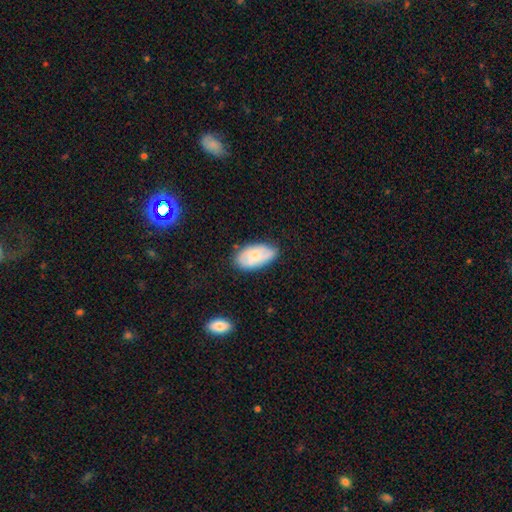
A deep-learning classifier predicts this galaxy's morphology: Smooth or featured: smooth — 61% (featured or disk — 33%)
How rounded: in between — 94% (round — 4%)
Merging: none — 69% (minor disturbance — 24%)